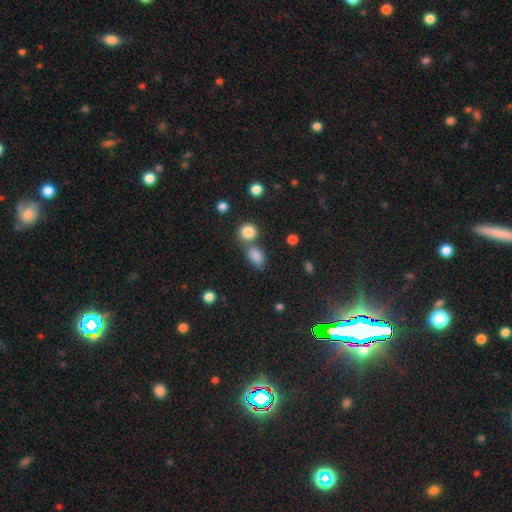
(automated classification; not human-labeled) This appears to be a smooth galaxy with no disk features (83%) that is in between round and cigar-shaped (82%). Merging: none (55%).